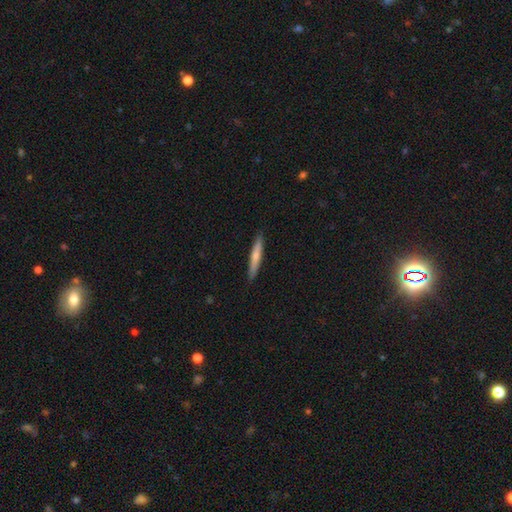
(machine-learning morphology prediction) smooth 67%, featured or disk 28%, star or artifact 5%. Down the decision tree: how rounded — cigar-shaped (94%); merging — none (90%).